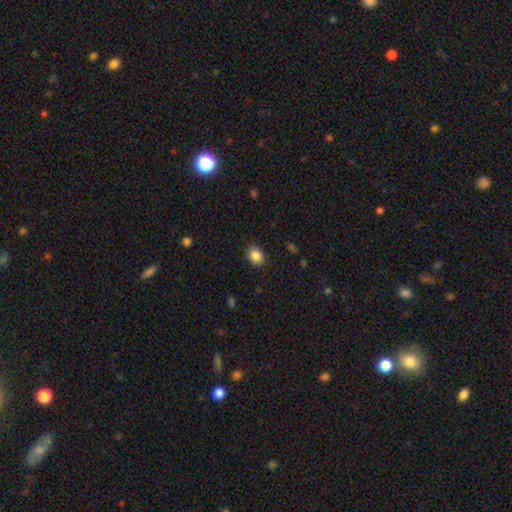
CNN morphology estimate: type=smooth (87%); roundness=in between (55%); merging=none (87%).